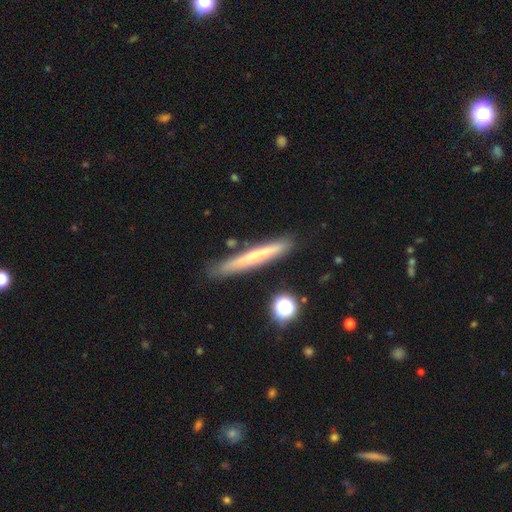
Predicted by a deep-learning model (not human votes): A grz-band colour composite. It shows a smooth galaxy with no disk features (49%). Merging: none (85%).